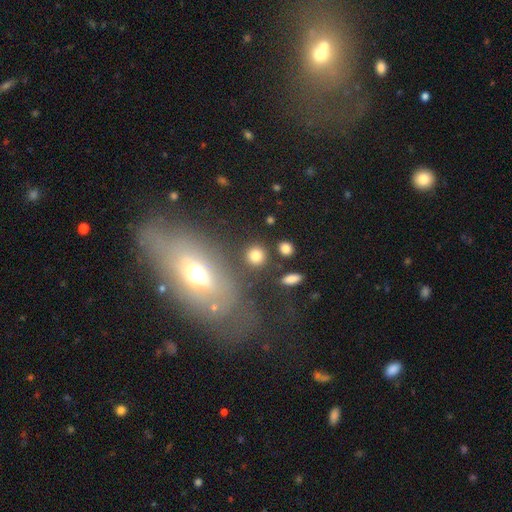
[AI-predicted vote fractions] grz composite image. It shows a smooth galaxy with no disk features (80%) that is round (87%). Merging: none (84%).